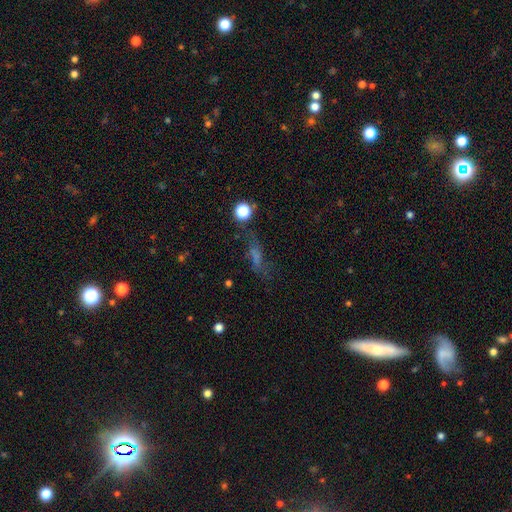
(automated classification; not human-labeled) smooth_or_featured: smooth (p=0.41) [alt: featured or disk p=0.31]
merging: none (p=0.57) [alt: minor disturbance p=0.19]